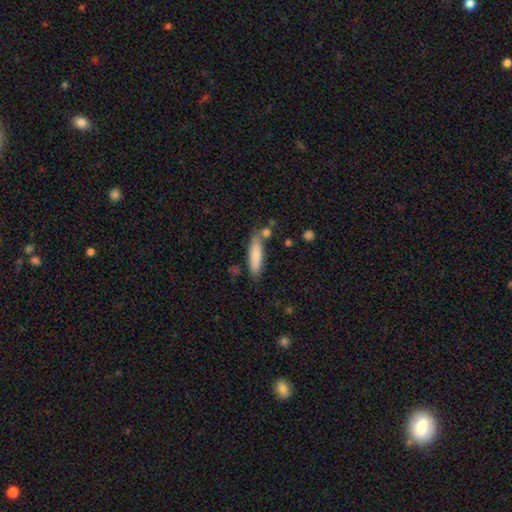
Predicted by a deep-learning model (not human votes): smooth 80%, featured or disk 14%, star or artifact 6%. Down the decision tree: how rounded — cigar-shaped (74%); merging — none (70%).